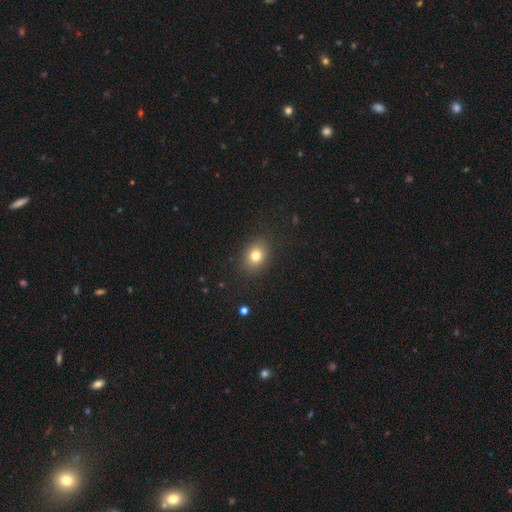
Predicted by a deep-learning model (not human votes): A smooth galaxy with no disk features (79%) that is in between round and cigar-shaped (51%).

Vote fractions:
- Smooth or featured? smooth: 79% / star or artifact: 12% / featured or disk: 9%
- How rounded? in between: 51% / round: 48% / cigar-shaped: 1%
- Merging? none: 87% / minor disturbance: 9% / major disturbance: 3% / merger: 1%